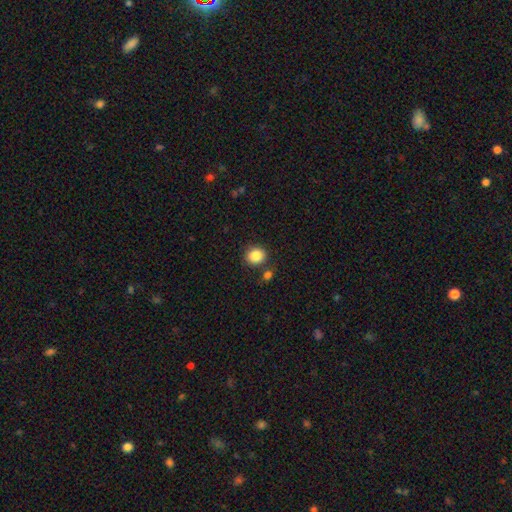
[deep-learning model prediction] A smooth galaxy with no disk features (86%) that is round (79%).

Vote fractions:
- Smooth or featured? smooth: 86% / star or artifact: 9% / featured or disk: 5%
- How rounded? round: 79% / in between: 20% / cigar-shaped: 1%
- Merging? none: 79% / minor disturbance: 9% / merger: 9% / major disturbance: 3%